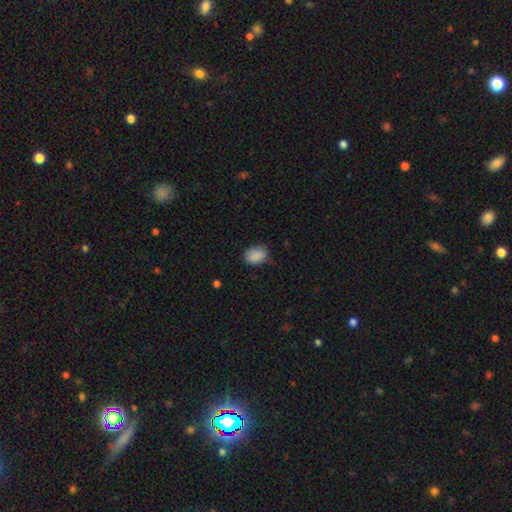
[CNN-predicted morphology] Smooth or featured? smooth (87%)
How rounded? in between (74%)
Merging? none (69%)